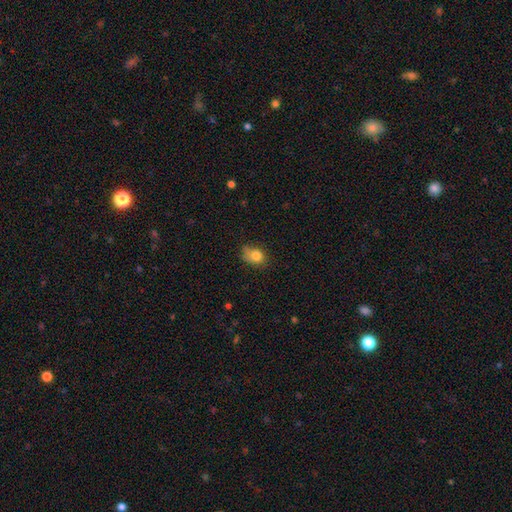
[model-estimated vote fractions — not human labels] Smooth or featured? Predicted: smooth (p=0.80). How rounded? Predicted: in between (p=0.56). Merging? Predicted: none (p=0.55).